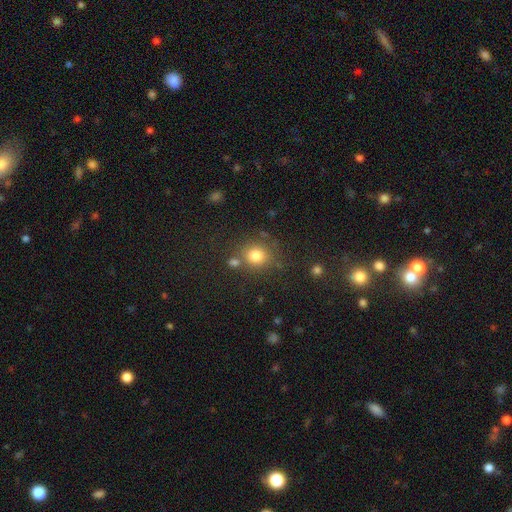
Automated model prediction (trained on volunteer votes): A smooth galaxy with no disk features (78%) that is round (82%).

Vote fractions:
- Smooth or featured? smooth: 78% / star or artifact: 14% / featured or disk: 8%
- How rounded? round: 82% / in between: 17% / cigar-shaped: 1%
- Merging? none: 70% / merger: 14% / minor disturbance: 12% / major disturbance: 5%